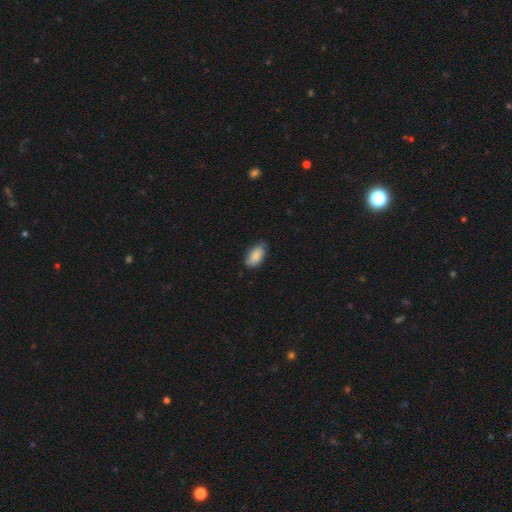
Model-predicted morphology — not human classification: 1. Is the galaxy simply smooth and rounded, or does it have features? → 86% smooth, 8% featured or disk, 6% star or artifact.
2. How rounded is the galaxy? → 93% in between, 4% cigar-shaped, 3% round.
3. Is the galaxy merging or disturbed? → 72% none, 24% minor disturbance, 3% major disturbance, 1% merger.